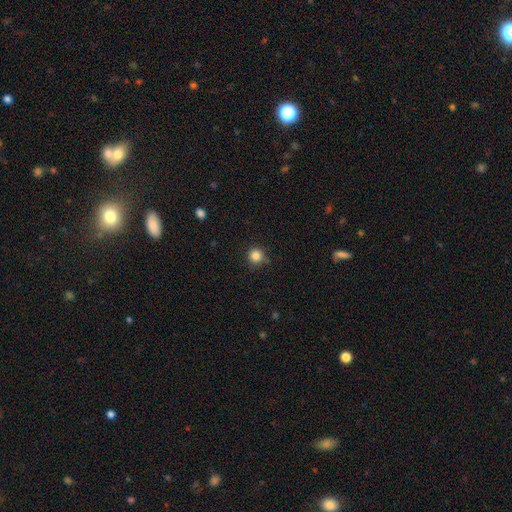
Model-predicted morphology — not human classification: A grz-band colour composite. It shows a smooth galaxy with no disk features (84%) that is round (95%). Merging: none (83%).